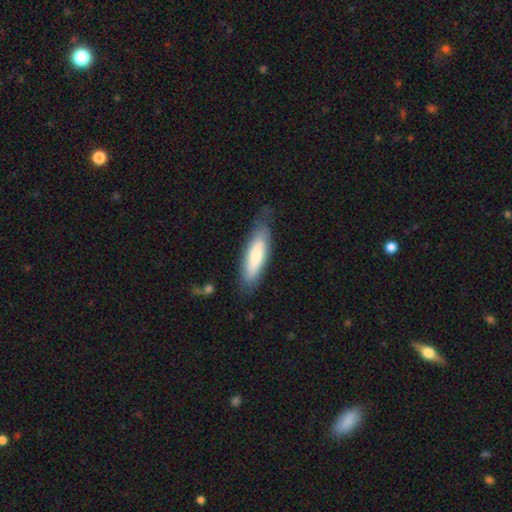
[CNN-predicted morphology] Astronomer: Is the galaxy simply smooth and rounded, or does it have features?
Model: smooth — 69%.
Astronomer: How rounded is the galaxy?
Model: cigar-shaped — 58% (runner-up: in between, 41%).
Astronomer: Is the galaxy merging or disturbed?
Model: none — 71%.